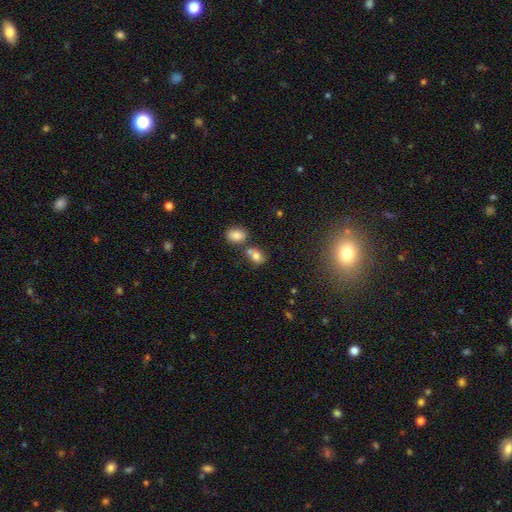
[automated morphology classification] Smooth or featured?
  - smooth: 76% *
  - star or artifact: 13%
  - featured or disk: 11%
How rounded?
  - in between: 66% *
  - round: 32%
  - cigar-shaped: 2%
Merging?
  - none: 45% *
  - merger: 37%
  - minor disturbance: 13%
  - major disturbance: 5%